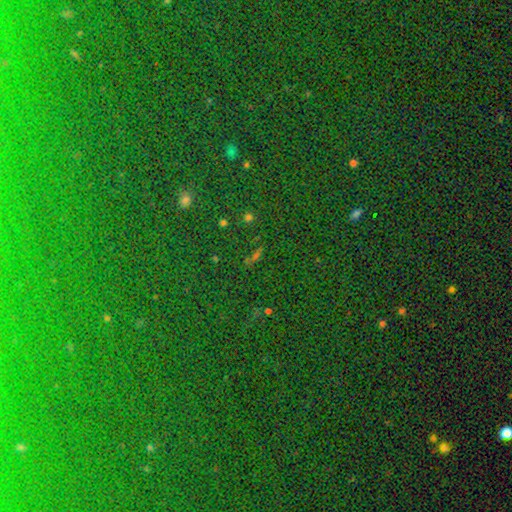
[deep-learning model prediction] Smooth or featured: star or artifact — 76% (smooth — 14%)